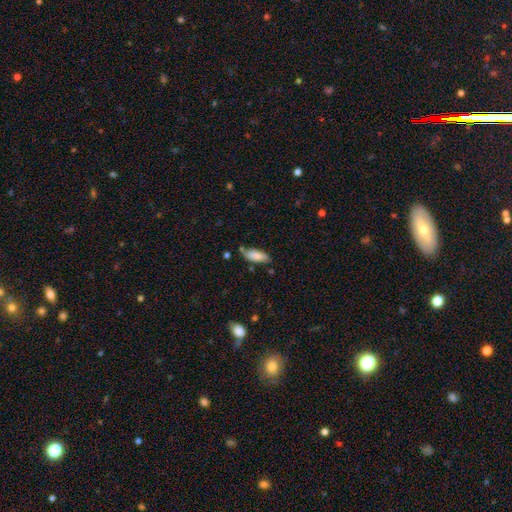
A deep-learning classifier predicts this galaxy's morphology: This appears to be a smooth galaxy with no disk features (83%) that is in between round and cigar-shaped (75%). Merging: none (70%).